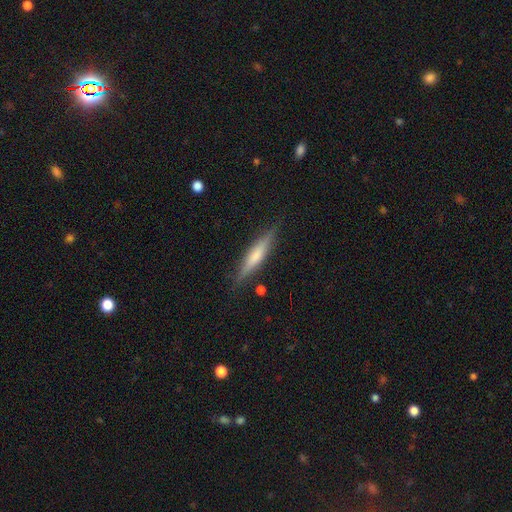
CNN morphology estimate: Q: Smooth or featured?
A: smooth (47%); tied with: featured or disk (47%)
Q: Merging?
A: none (86%); runner-up: minor disturbance (10%)